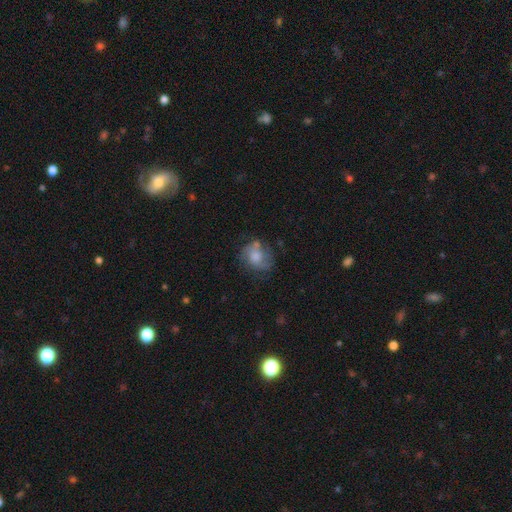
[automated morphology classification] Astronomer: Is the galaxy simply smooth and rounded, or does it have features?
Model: smooth — 51% (runner-up: featured or disk, 39%).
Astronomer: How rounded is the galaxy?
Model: round — 60% (runner-up: in between, 39%).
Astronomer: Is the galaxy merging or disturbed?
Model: none — 51% (runner-up: minor disturbance, 26%).